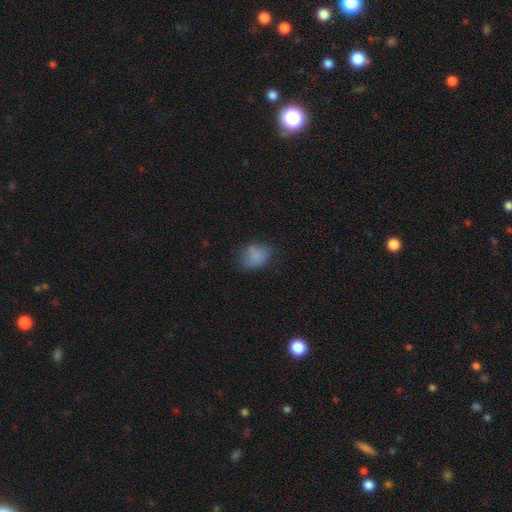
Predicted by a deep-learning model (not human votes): This appears to be a smooth galaxy with no disk features (79%) that is in between round and cigar-shaped (57%). Merging: none (55%).